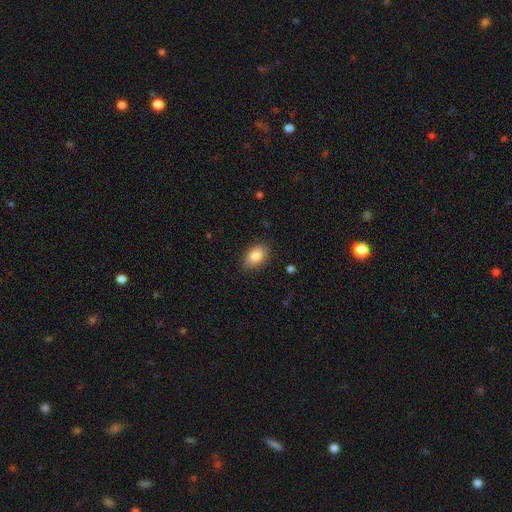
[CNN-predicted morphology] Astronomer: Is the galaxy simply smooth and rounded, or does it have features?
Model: smooth — 84%.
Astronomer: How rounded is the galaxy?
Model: in between — 87%.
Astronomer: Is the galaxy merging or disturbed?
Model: none — 86%.